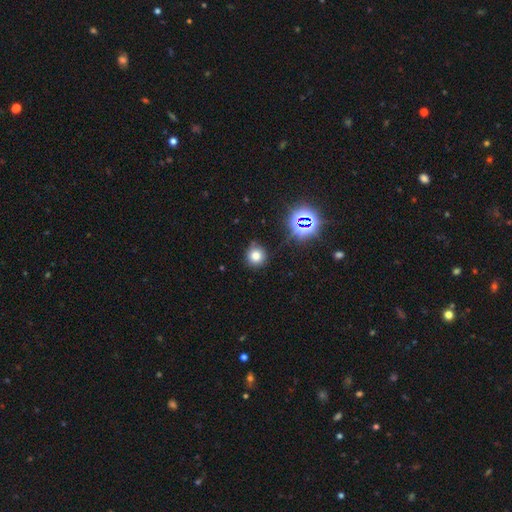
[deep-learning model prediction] This appears to be a smooth galaxy with no disk features (73%) that is round (91%). Merging: none (80%).